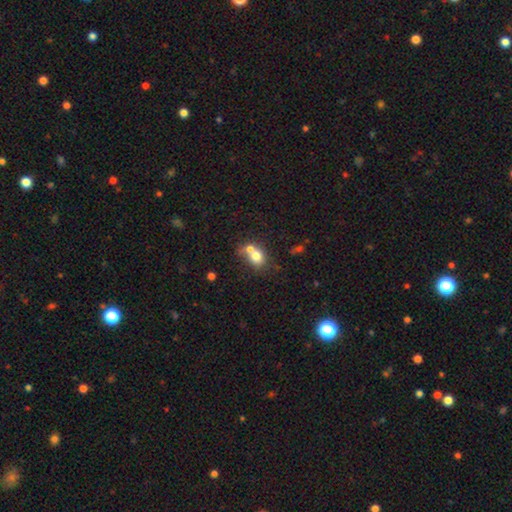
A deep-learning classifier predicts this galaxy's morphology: Smooth or featured: smooth — 72% (featured or disk — 17%)
How rounded: round — 60% (in between — 39%)
Merging: merger — 58% (none — 29%)